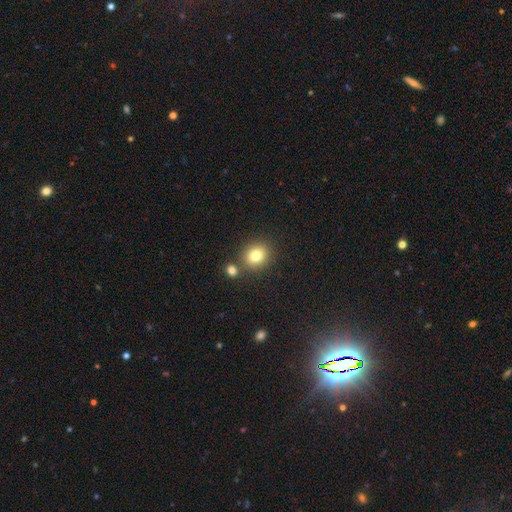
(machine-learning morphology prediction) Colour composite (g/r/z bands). It shows a smooth galaxy with no disk features (80%) that is round (72%). Merging: none (76%).